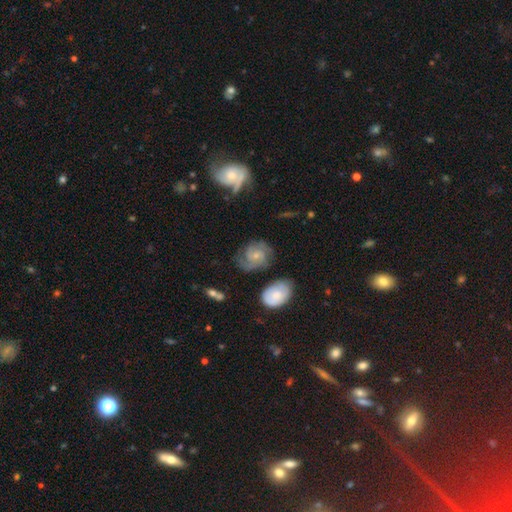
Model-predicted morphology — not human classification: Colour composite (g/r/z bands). It shows a featured or disk galaxy (74%) with no bar (67%), 2 (57%) tight (44%) spiral arms (95%) and a small central bulge (64%). Merging: none (64%).